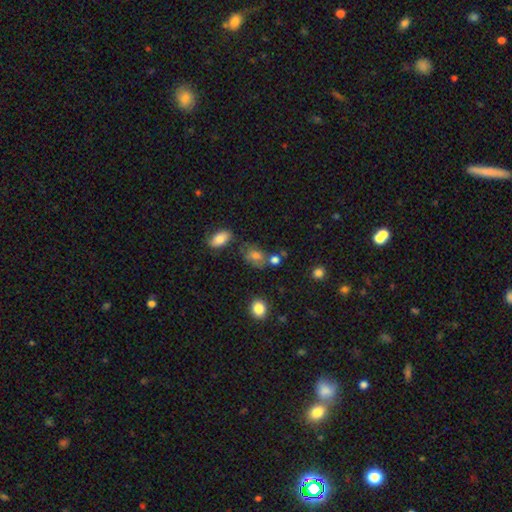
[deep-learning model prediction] Smooth or featured? smooth (69%)
How rounded? in between (68%)
Merging? none (52%)